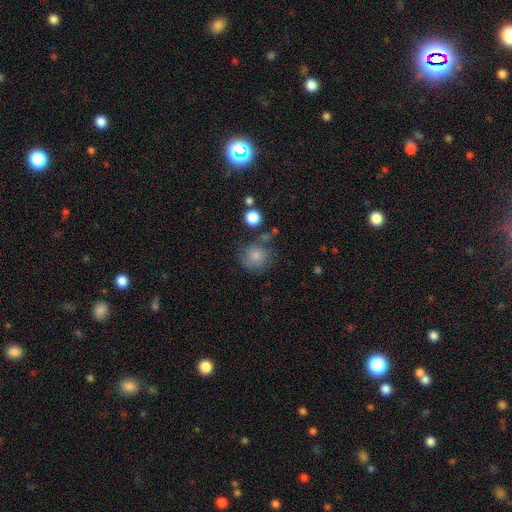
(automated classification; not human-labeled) This is likely a smooth galaxy (79%). How rounded: clearly round (85%). Merging: likely none (61%).